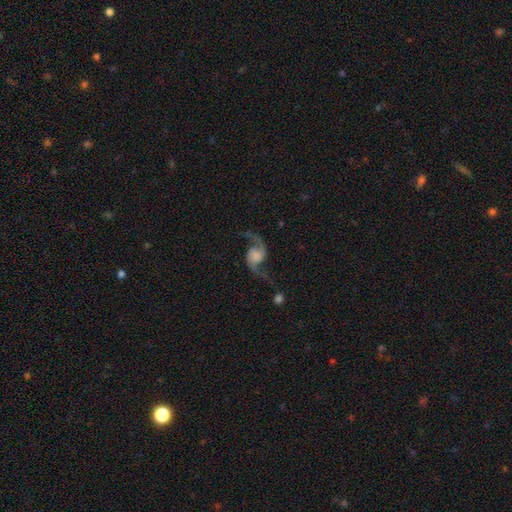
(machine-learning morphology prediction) A featured or disk galaxy (91%) with no bar (63%), 2 (95%) loose (82%) spiral arms (98%) and no central bulge (34%).

Vote fractions:
- Smooth or featured? featured or disk: 91% / star or artifact: 5% / smooth: 5%
- Edge-on disk? no: 97% / yes: 3%
- Bar? no: 63% / weak: 28% / strong: 8%
- Spiral arms? yes: 98% / no: 2%
- Spiral winding? loose: 82% / medium: 15% / tight: 3%
- Spiral arm count? 2: 95% / 1: 1% / can't tell: 1% / 3: 1% / 4: 1% / more than 4: 1%
- Bulge size? none: 34% / large: 28% / moderate: 16% / small: 13% / dominant: 9%
- Merging? none: 75% / minor disturbance: 13% / major disturbance: 8% / merger: 3%